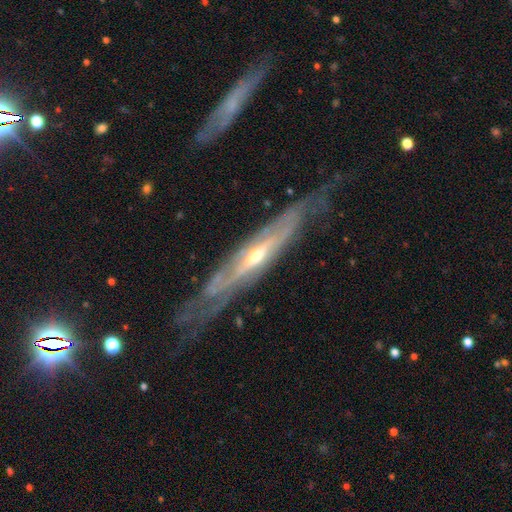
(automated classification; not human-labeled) Smooth or featured?
  - featured or disk: 84% *
  - smooth: 10%
  - star or artifact: 6%
Edge-on disk?
  - yes: 52% *
  - no: 48%
Merging?
  - none: 66% *
  - minor disturbance: 22%
  - major disturbance: 10%
  - merger: 2%